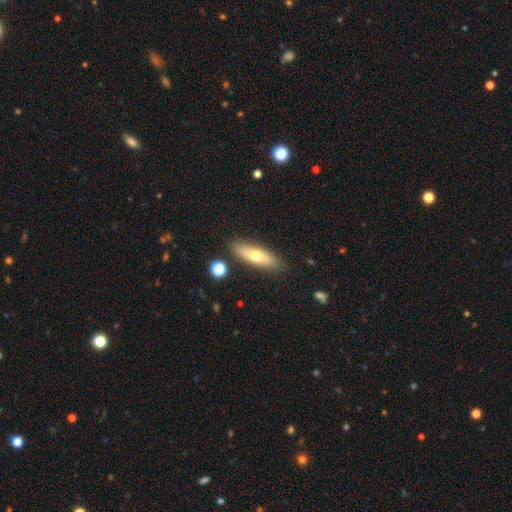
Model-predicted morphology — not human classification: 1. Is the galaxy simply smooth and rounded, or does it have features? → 61% smooth, 32% featured or disk, 7% star or artifact.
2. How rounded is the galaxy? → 51% in between, 46% cigar-shaped, 3% round.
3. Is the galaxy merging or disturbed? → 85% none, 10% minor disturbance, 3% merger, 2% major disturbance.